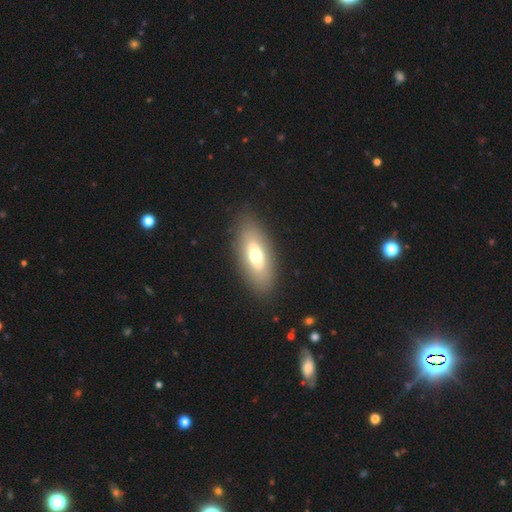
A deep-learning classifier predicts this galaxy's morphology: smooth-or-featured: smooth: 59% | featured or disk: 34% | star or artifact: 7%
  how-rounded: in between: 83% | cigar-shaped: 12% | round: 5%
  merging: none: 86% | minor disturbance: 9% | major disturbance: 4% | merger: 1%